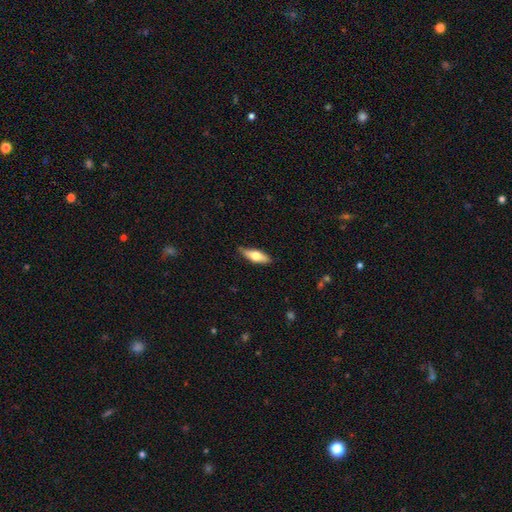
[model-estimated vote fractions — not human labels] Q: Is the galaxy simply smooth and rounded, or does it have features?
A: smooth — 58%.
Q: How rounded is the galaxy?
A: in between — 60%.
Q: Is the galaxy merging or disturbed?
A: none — 81%.